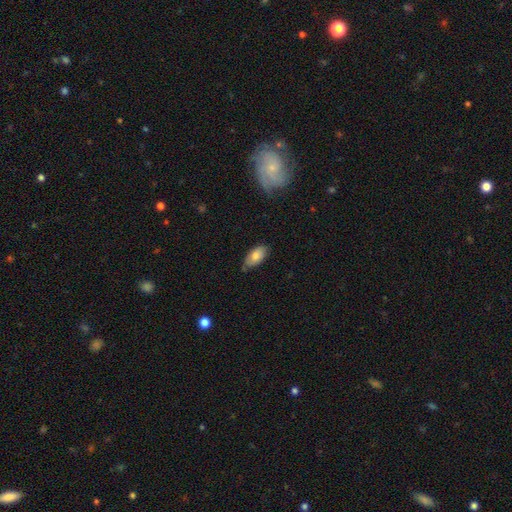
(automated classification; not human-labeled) A smooth galaxy with no disk features (75%) that is in between round and cigar-shaped (92%). Merging: none (72%).